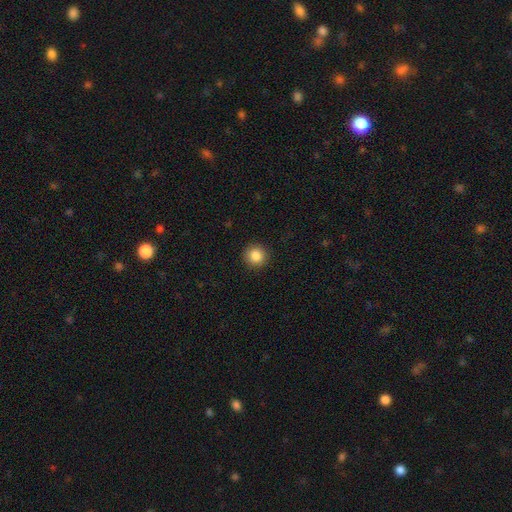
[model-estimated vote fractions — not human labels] Smooth or featured: smooth — 86% (star or artifact — 9%)
How rounded: round — 94% (in between — 5%)
Merging: none — 92% (minor disturbance — 5%)